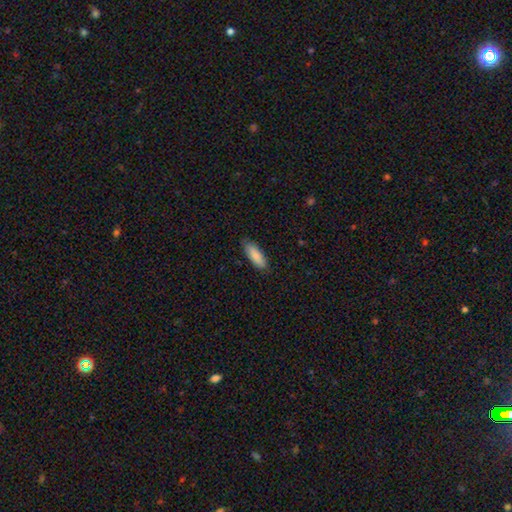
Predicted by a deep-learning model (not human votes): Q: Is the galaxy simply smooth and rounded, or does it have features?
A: smooth — 87%.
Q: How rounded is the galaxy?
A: in between — 64%.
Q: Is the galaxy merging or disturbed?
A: none — 84%.